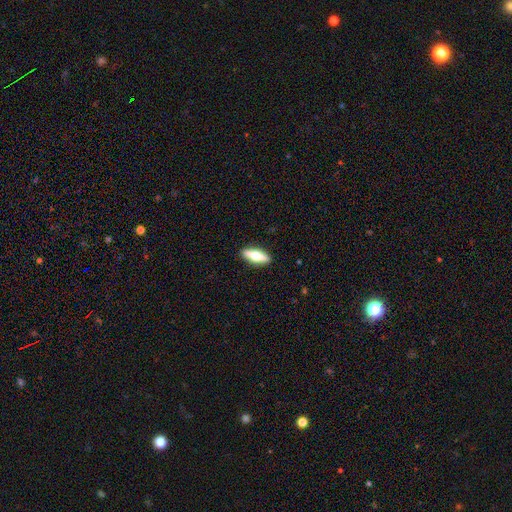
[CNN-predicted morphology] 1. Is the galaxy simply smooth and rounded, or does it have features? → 51% featured or disk, 43% smooth, 6% star or artifact.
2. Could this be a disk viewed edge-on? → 89% yes, 11% no.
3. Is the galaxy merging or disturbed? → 90% none, 7% minor disturbance, 2% major disturbance, 1% merger.